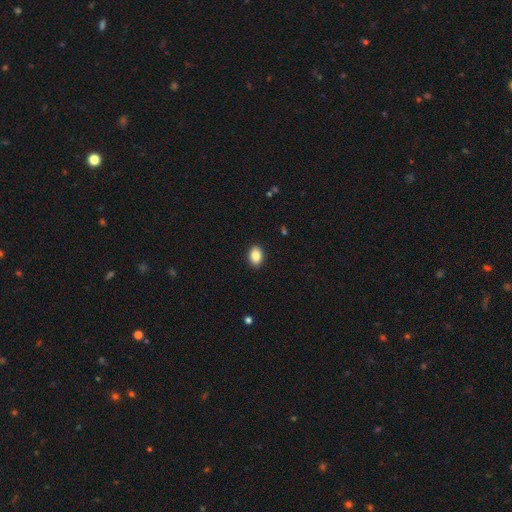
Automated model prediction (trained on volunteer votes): Q: Smooth or featured?
A: smooth (87%); runner-up: star or artifact (8%)
Q: How rounded?
A: in between (76%); runner-up: round (23%)
Q: Merging?
A: none (90%); runner-up: minor disturbance (7%)